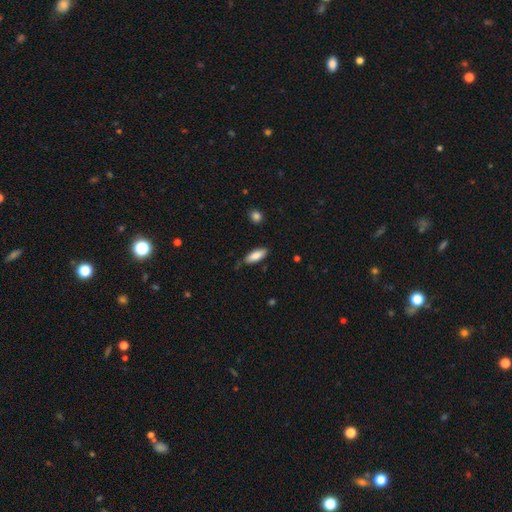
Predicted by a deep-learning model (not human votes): Q: Smooth or featured?
A: smooth (84%); runner-up: featured or disk (10%)
Q: How rounded?
A: in between (71%); runner-up: cigar-shaped (27%)
Q: Merging?
A: none (76%); runner-up: minor disturbance (19%)